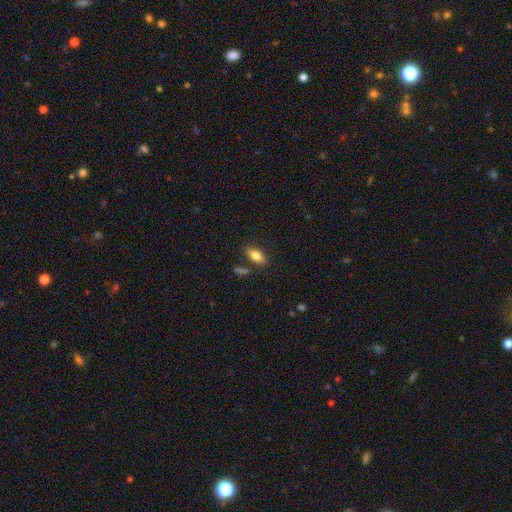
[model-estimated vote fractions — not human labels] A smooth galaxy with no disk features (78%) that is in between round and cigar-shaped (83%).

Vote fractions:
- Smooth or featured? smooth: 78% / featured or disk: 14% / star or artifact: 8%
- How rounded? in between: 83% / cigar-shaped: 13% / round: 4%
- Merging? none: 80% / minor disturbance: 11% / merger: 5% / major disturbance: 3%